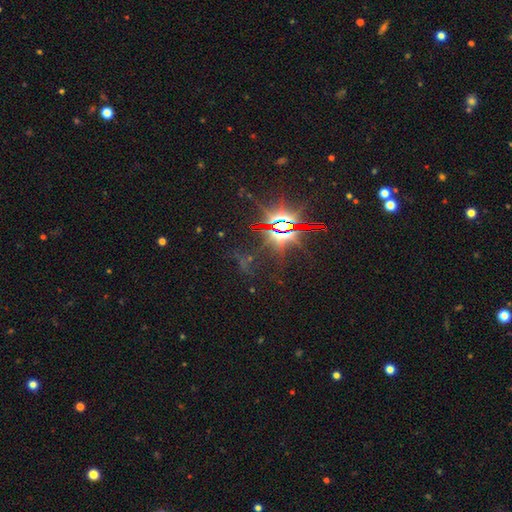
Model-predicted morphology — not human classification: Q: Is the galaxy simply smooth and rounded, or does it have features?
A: star or artifact — 80%.